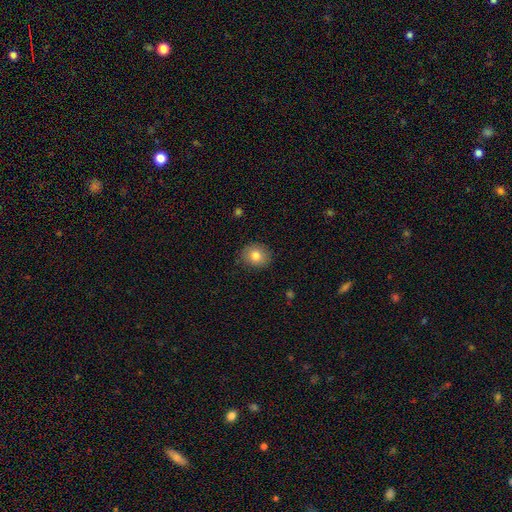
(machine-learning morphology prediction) smooth-or-featured: smooth: 80% | featured or disk: 10% | star or artifact: 10%
  how-rounded: round: 71% | in between: 29% | cigar-shaped: 1%
  merging: none: 85% | minor disturbance: 11% | major disturbance: 3% | merger: 1%